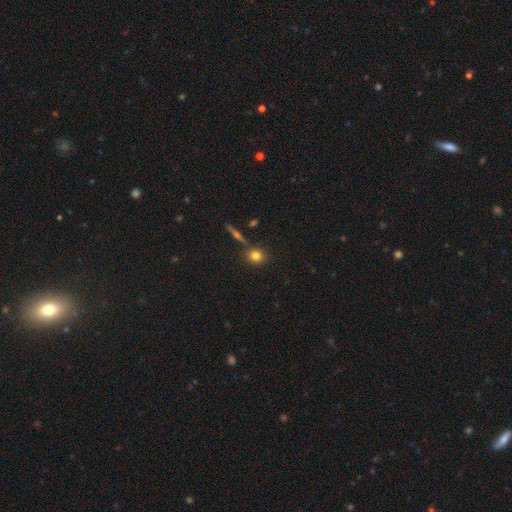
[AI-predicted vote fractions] A smooth galaxy with no disk features (78%) that is round (80%). Merging: none (79%).